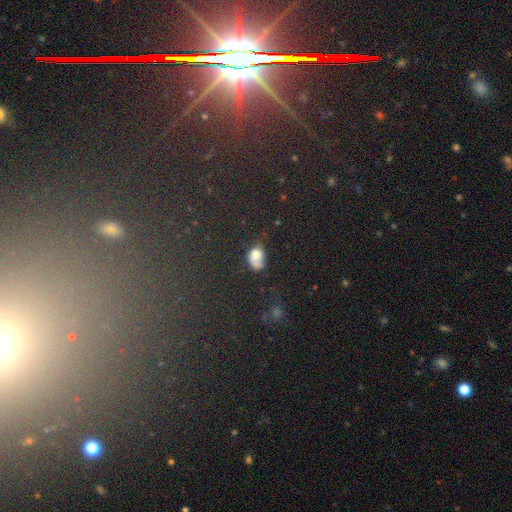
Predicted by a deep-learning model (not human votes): smooth 74%, star or artifact 14%, featured or disk 12%. Down the decision tree: how rounded — in between (71%); merging — none (40%).